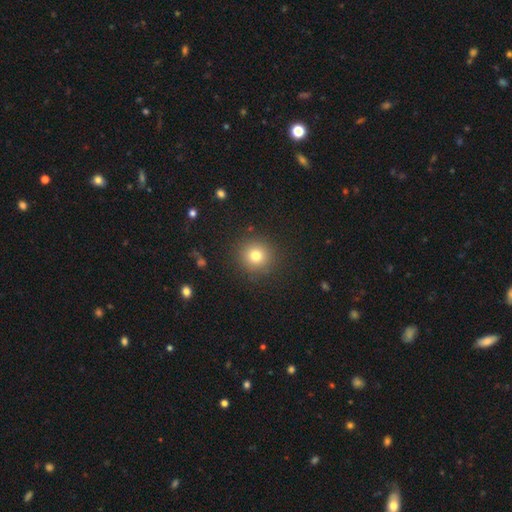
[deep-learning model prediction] Smooth or featured?
  - smooth: 78% *
  - star or artifact: 14%
  - featured or disk: 9%
How rounded?
  - round: 93% *
  - in between: 6%
  - cigar-shaped: 1%
Merging?
  - none: 90% *
  - minor disturbance: 6%
  - major disturbance: 3%
  - merger: 1%